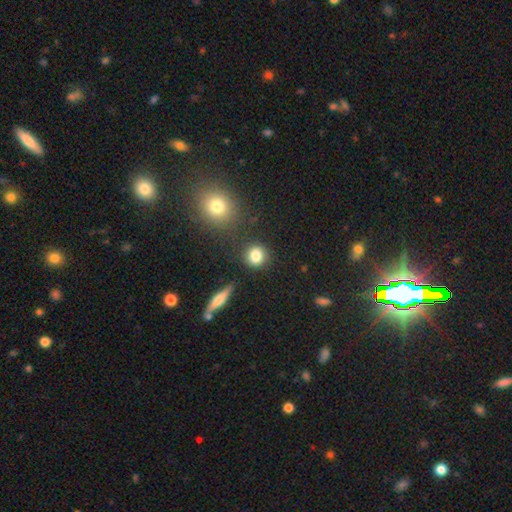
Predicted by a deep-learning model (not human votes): Overall: smooth (83%). How rounded: round (86%). Merging: none (84%).